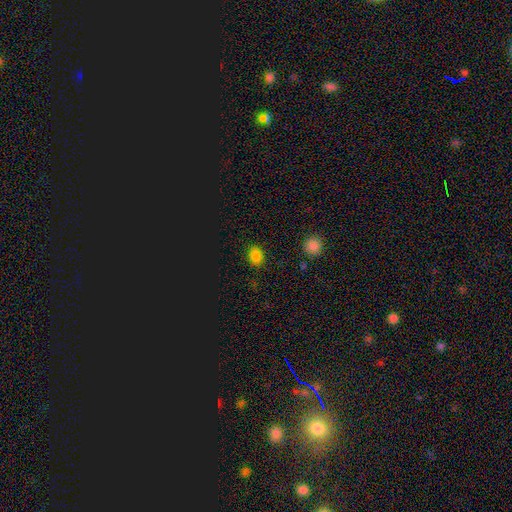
Smooth or featured: smooth — 85% (star or artifact — 12%)
How rounded: in between — 74% (round — 26%)
Merging: none — 94% (minor disturbance — 3%)